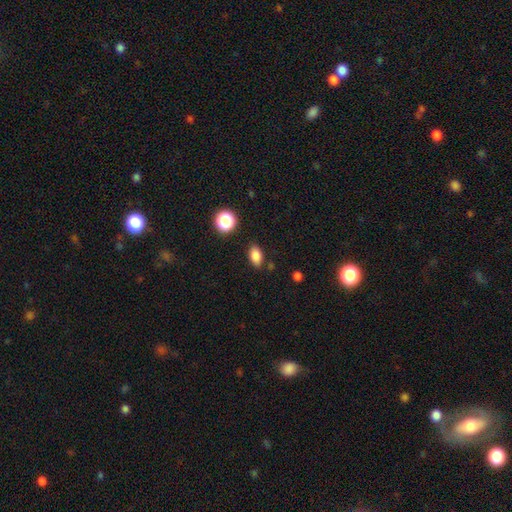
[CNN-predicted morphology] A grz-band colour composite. It shows a smooth galaxy with no disk features (84%) that is in between round and cigar-shaped (86%). Merging: none (84%).